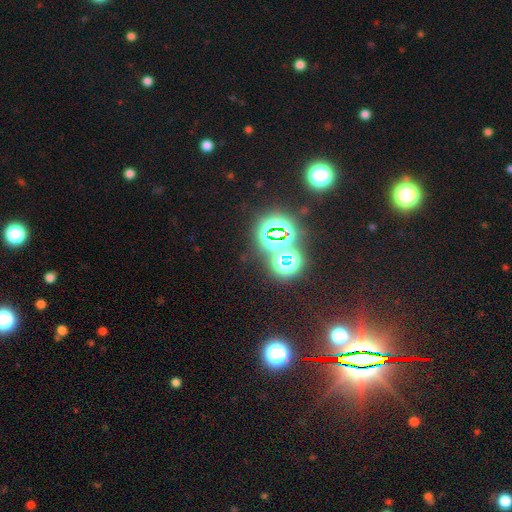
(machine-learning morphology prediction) The model was most divided on "smooth or featured": star or artifact: 77%, smooth: 14%, featured or disk: 10%.